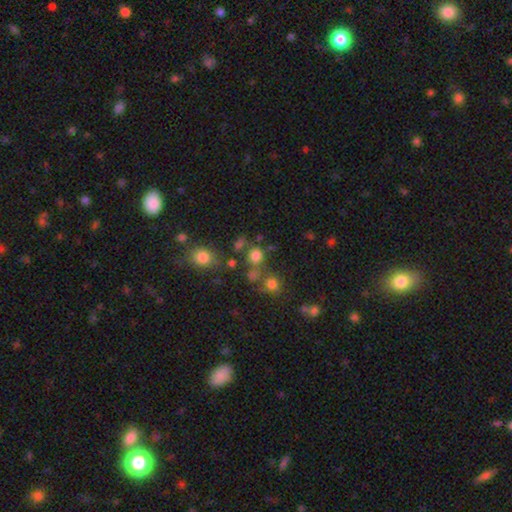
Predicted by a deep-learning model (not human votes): Overall: smooth (75%). How rounded: round (83%). Merging: none (66%).